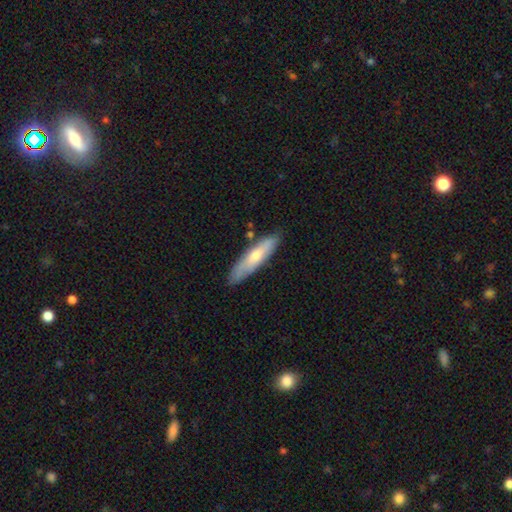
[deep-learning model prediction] Smooth or featured?
  - smooth: 58% *
  - featured or disk: 36%
  - star or artifact: 6%
How rounded?
  - cigar-shaped: 73% *
  - in between: 26%
  - round: 2%
Merging?
  - none: 79% *
  - minor disturbance: 15%
  - merger: 3%
  - major disturbance: 3%